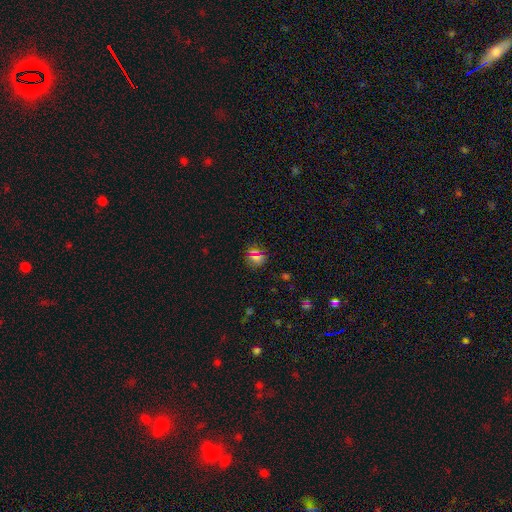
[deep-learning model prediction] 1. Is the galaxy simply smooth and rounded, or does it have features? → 61% smooth, 31% star or artifact, 8% featured or disk.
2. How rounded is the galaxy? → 87% round, 11% in between, 2% cigar-shaped.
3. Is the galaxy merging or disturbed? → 86% none, 9% minor disturbance, 3% major disturbance, 2% merger.